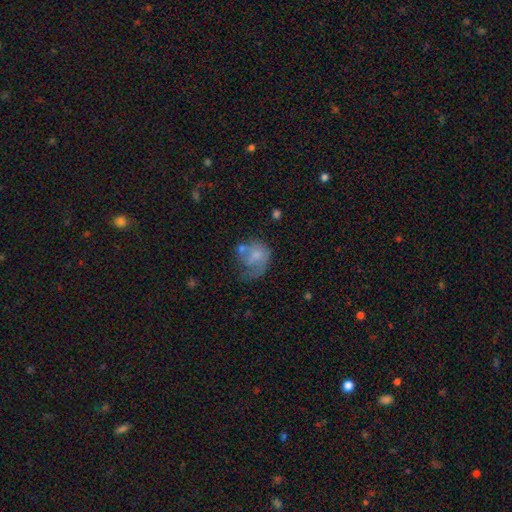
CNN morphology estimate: This is possibly a smooth galaxy (55%). How rounded: possibly round (56%). Merging: marginally major disturbance (40%).